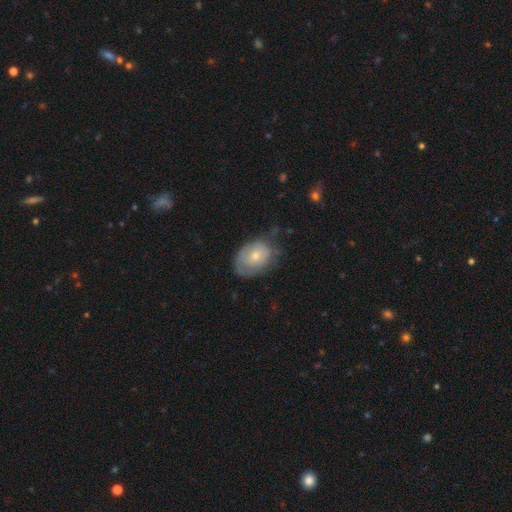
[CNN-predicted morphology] smooth-or-featured: smooth: 59% | featured or disk: 34% | star or artifact: 7%
  how-rounded: in between: 76% | round: 23% | cigar-shaped: 1%
  merging: none: 49% | minor disturbance: 35% | major disturbance: 14% | merger: 2%